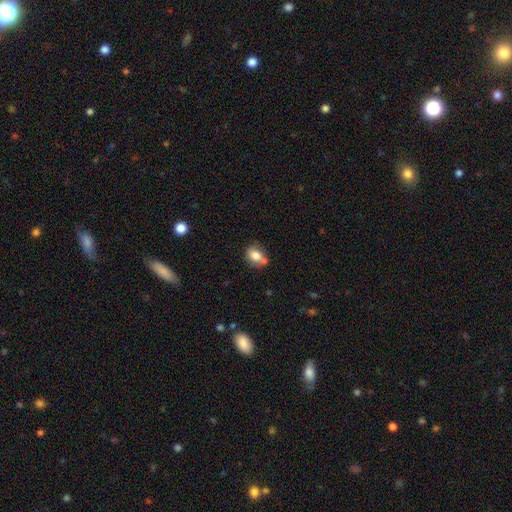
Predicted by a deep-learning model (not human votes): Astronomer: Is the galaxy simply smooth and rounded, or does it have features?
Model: smooth — 76%.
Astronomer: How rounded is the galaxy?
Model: in between — 67%.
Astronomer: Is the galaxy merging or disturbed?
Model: none — 51%.